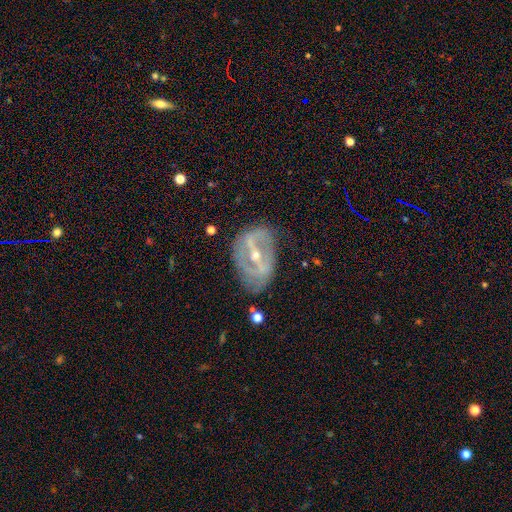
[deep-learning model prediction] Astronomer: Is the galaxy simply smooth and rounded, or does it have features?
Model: featured or disk — 82%.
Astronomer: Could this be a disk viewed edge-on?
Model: no — 93%.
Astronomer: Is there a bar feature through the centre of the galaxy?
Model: strong — 61%.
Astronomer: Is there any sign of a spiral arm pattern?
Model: yes — 72%.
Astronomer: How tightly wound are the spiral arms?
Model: medium — 37% (runner-up: tight, 35%).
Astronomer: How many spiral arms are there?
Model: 2 — 61%.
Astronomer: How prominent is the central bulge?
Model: small — 54% (runner-up: moderate, 43%).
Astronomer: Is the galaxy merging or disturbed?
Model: none — 60%.